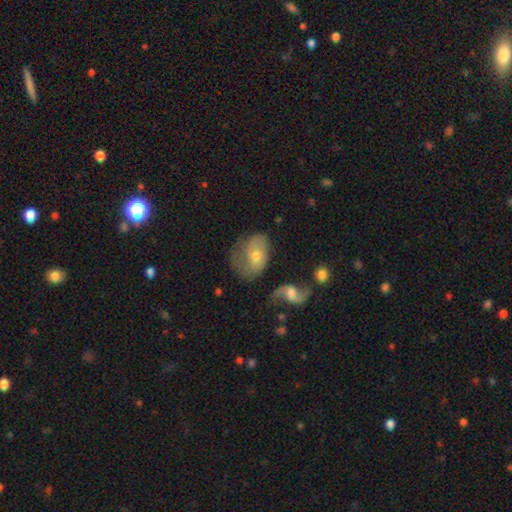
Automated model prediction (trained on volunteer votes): Morphology: type=featured or disk (50%); merging=none (41%).